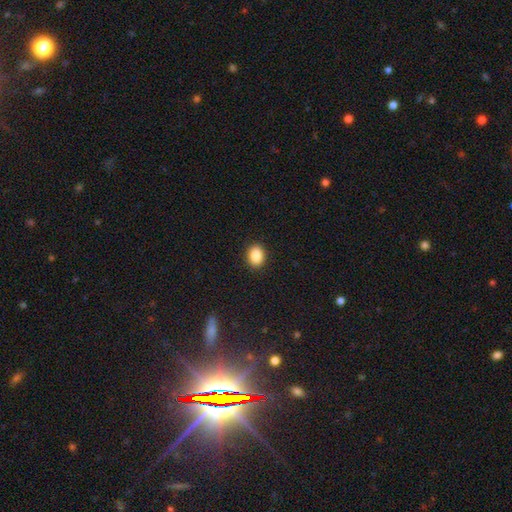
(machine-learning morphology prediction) This is clearly a smooth galaxy (88%). How rounded: likely in between (66%). Merging: clearly none (91%).